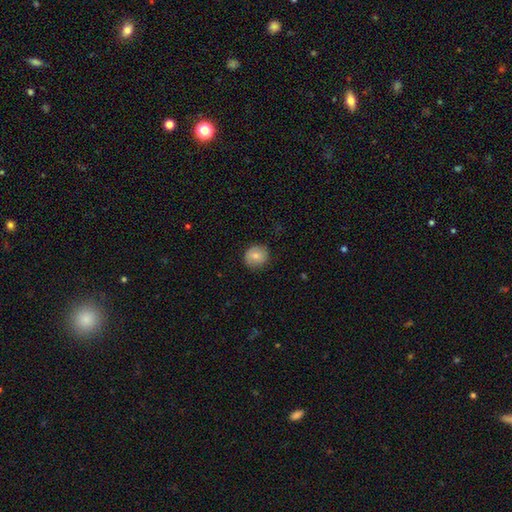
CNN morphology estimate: Overall: smooth (76%). How rounded: round (85%). Merging: none (83%).